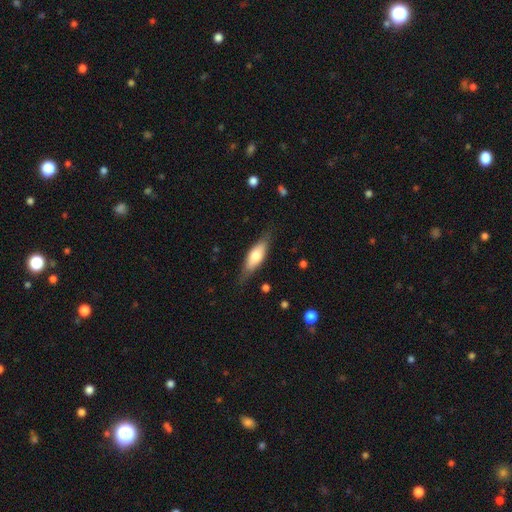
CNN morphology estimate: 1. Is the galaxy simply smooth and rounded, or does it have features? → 64% smooth, 31% featured or disk, 6% star or artifact.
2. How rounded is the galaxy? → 60% in between, 37% cigar-shaped, 2% round.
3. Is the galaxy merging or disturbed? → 78% none, 17% minor disturbance, 4% major disturbance, 1% merger.